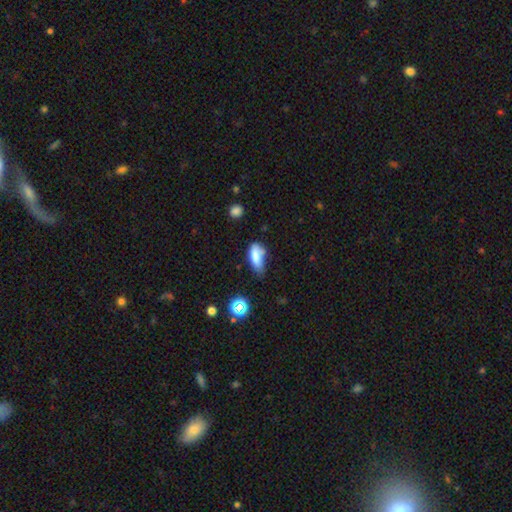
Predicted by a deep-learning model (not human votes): Smooth or featured? Predicted: smooth (p=0.76). How rounded? Predicted: in between (p=0.77). Merging? Predicted: minor disturbance (p=0.38).